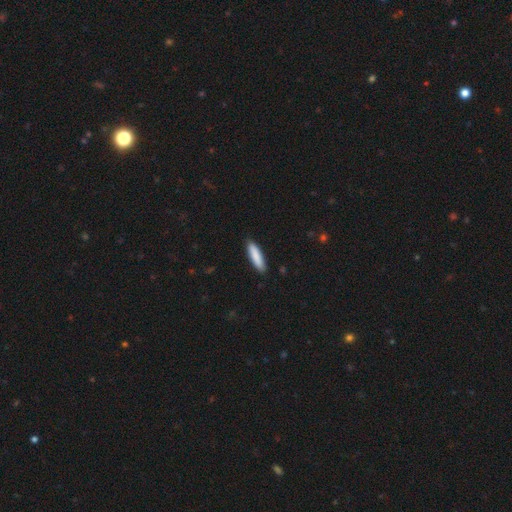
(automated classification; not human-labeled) smooth_or_featured: smooth (p=0.87) [alt: featured or disk p=0.08]
how_rounded: cigar-shaped (p=0.75) [alt: in between p=0.24]
merging: none (p=0.90) [alt: minor disturbance p=0.08]